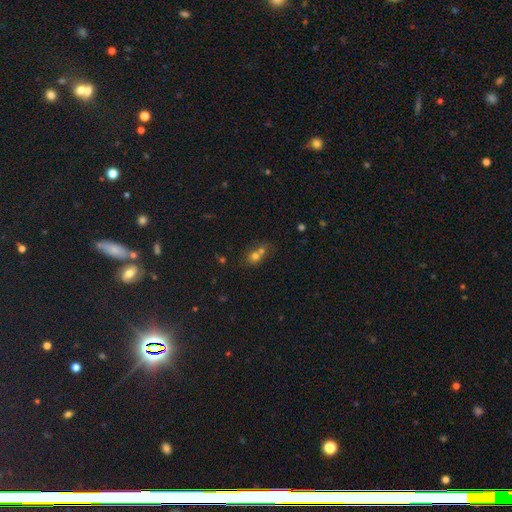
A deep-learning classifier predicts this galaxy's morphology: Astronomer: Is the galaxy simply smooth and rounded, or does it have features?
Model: smooth — 68%.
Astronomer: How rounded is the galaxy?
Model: round — 62%.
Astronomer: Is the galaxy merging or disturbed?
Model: merger — 60%.